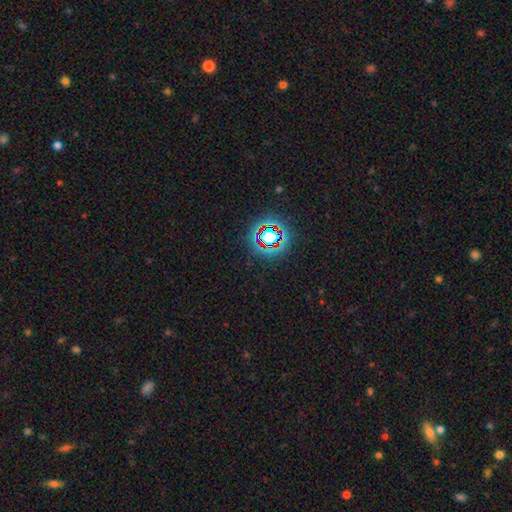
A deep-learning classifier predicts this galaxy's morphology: Smooth or featured?
  - star or artifact: 71% *
  - smooth: 17%
  - featured or disk: 12%